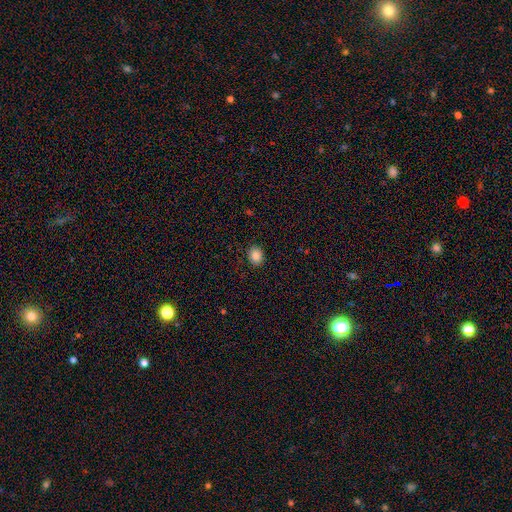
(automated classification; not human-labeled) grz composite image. It shows a smooth galaxy with no disk features (85%) that is round (53%). Merging: none (90%).